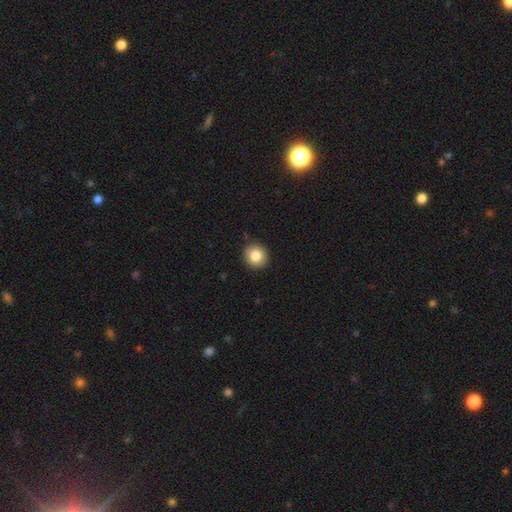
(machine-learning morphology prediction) smooth-or-featured: smooth: 84% | star or artifact: 9% | featured or disk: 7%
  how-rounded: round: 90% | in between: 9% | cigar-shaped: 1%
  merging: none: 91% | minor disturbance: 6% | major disturbance: 2% | merger: 1%